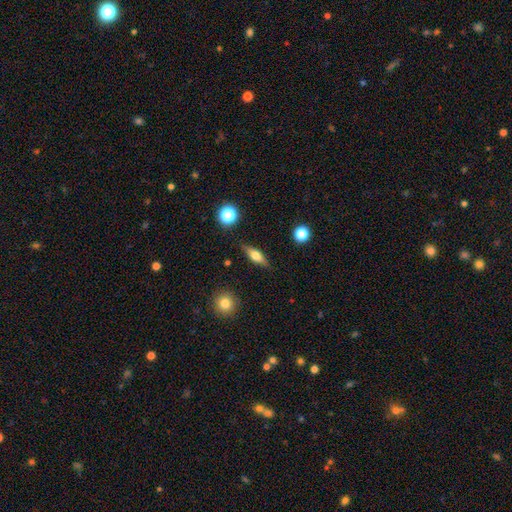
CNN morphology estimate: smooth 50%, featured or disk 42%, star or artifact 8%. Down the decision tree: how rounded — in between (50%); merging — none (85%).